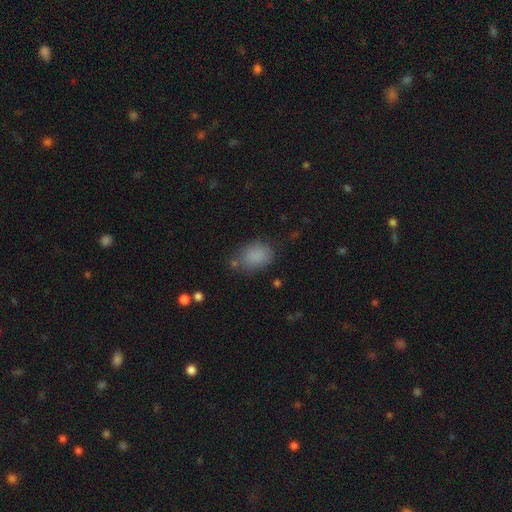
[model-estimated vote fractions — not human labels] Morphology: type=smooth (85%); roundness=in between (74%); merging=none (73%).